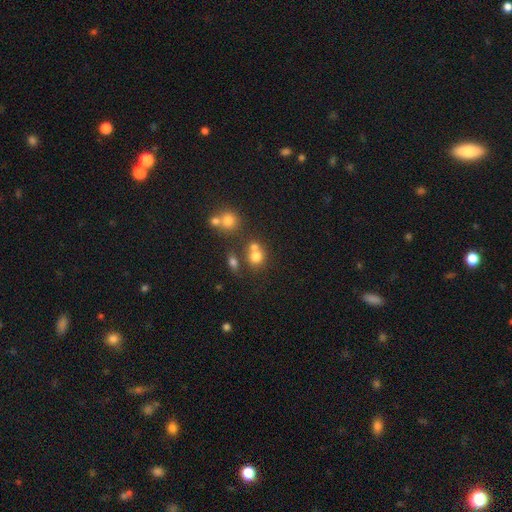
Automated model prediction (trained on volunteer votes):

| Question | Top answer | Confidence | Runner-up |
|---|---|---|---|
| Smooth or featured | smooth | 73% | star or artifact (15%) |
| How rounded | round | 77% | in between (22%) |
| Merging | none | 47% | merger (38%) |